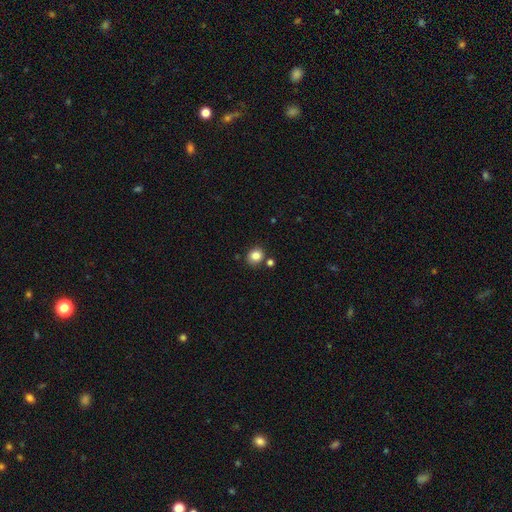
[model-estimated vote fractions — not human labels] Q: Smooth or featured?
A: smooth (84%); runner-up: star or artifact (11%)
Q: How rounded?
A: round (76%); runner-up: in between (23%)
Q: Merging?
A: none (79%); runner-up: minor disturbance (10%)